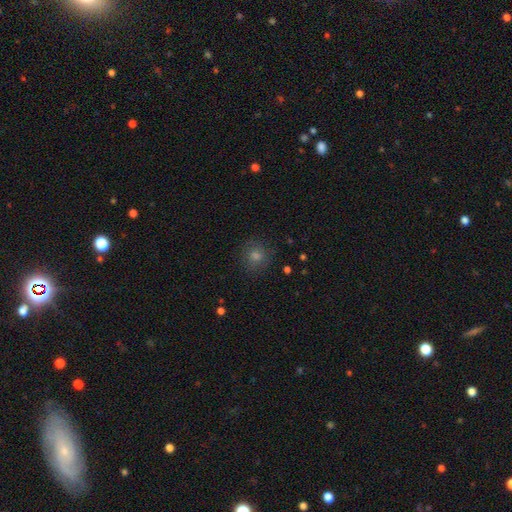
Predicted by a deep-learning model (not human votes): smooth-or-featured: smooth: 67% | star or artifact: 23% | featured or disk: 10%
  how-rounded: round: 91% | in between: 8% | cigar-shaped: 1%
  merging: none: 88% | minor disturbance: 8% | major disturbance: 3% | merger: 1%